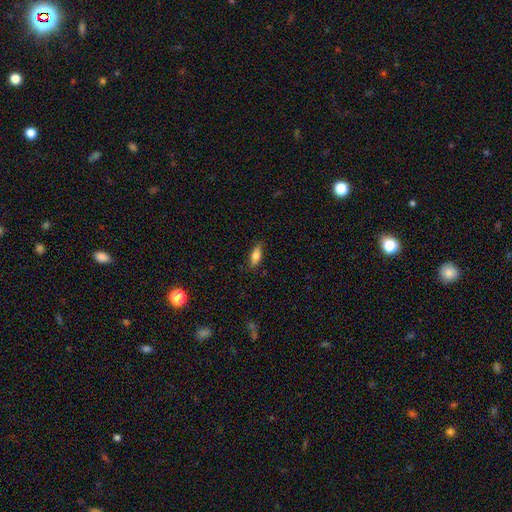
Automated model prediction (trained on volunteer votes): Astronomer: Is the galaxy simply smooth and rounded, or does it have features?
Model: smooth — 75%.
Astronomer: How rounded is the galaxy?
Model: in between — 71%.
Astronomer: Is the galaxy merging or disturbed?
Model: none — 82%.